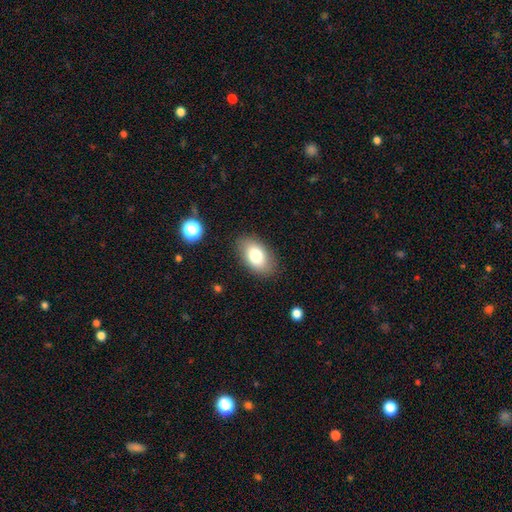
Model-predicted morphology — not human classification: This is likely a smooth galaxy (79%). How rounded: clearly in between (92%). Merging: clearly none (85%).